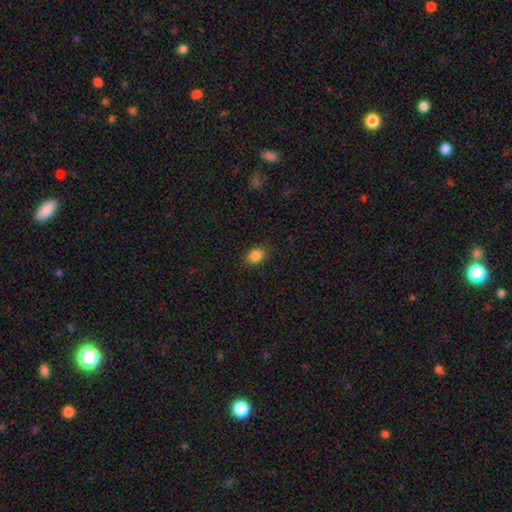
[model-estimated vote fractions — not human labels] A smooth galaxy with no disk features (85%) that is in between round and cigar-shaped (73%). Merging: none (85%).